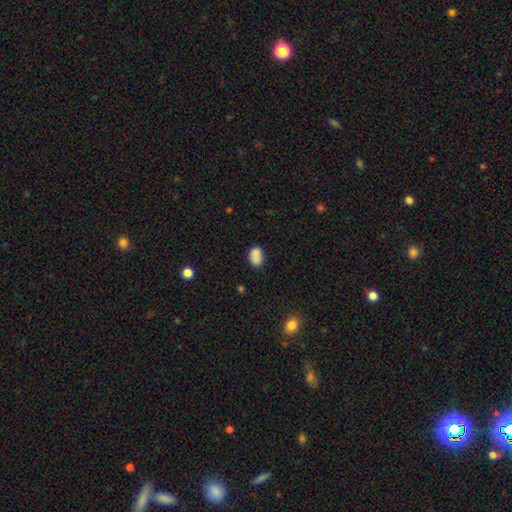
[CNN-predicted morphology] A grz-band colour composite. It shows a smooth galaxy with no disk features (84%) that is in between round and cigar-shaped (77%). Merging: none (63%).